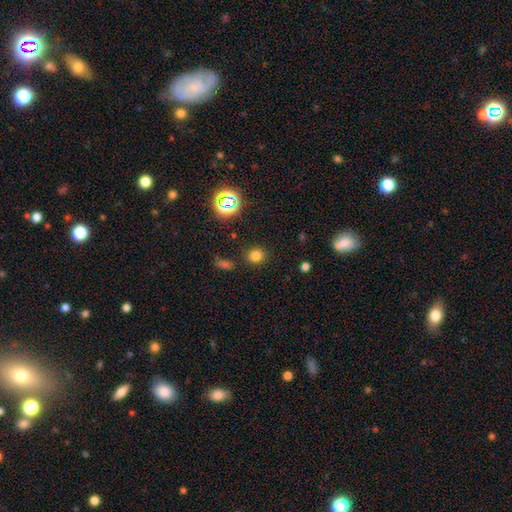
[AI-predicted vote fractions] This appears to be a smooth galaxy with no disk features (76%) that is round (79%). Merging: none (85%).